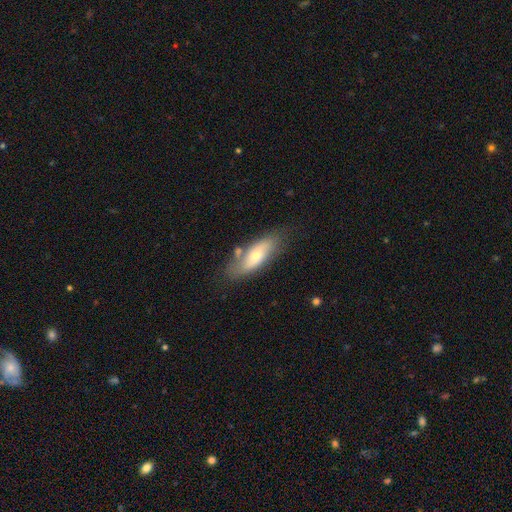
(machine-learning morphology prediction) smooth_or_featured: smooth (p=0.55) [alt: featured or disk p=0.38]
how_rounded: in between (p=0.68) [alt: cigar-shaped p=0.30]
merging: none (p=0.68) [alt: minor disturbance p=0.19]